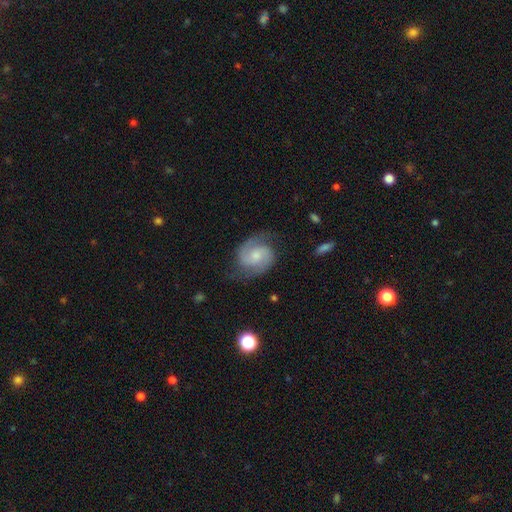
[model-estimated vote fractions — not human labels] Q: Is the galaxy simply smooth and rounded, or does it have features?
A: featured or disk — 83%.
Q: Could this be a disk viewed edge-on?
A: no — 98%.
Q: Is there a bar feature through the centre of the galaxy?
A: no — 54%.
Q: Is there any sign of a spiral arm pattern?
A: yes — 97%.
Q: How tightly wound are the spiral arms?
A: medium — 53%.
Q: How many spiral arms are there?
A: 2 — 91%.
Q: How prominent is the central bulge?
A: moderate — 44%.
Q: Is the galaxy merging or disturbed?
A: none — 73%.